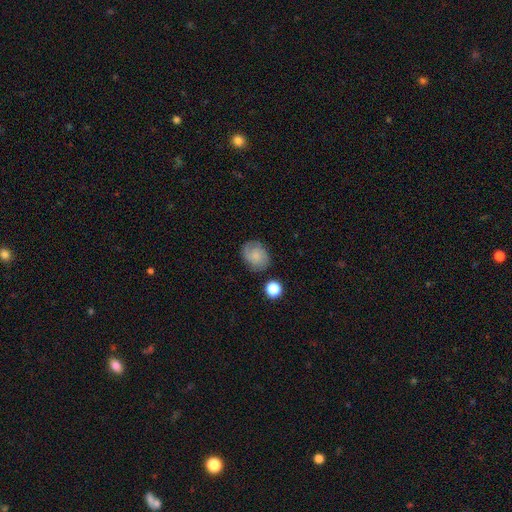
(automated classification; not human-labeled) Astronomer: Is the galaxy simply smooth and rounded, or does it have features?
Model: smooth — 47% (runner-up: featured or disk, 42%).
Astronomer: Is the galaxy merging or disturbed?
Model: none — 75%.